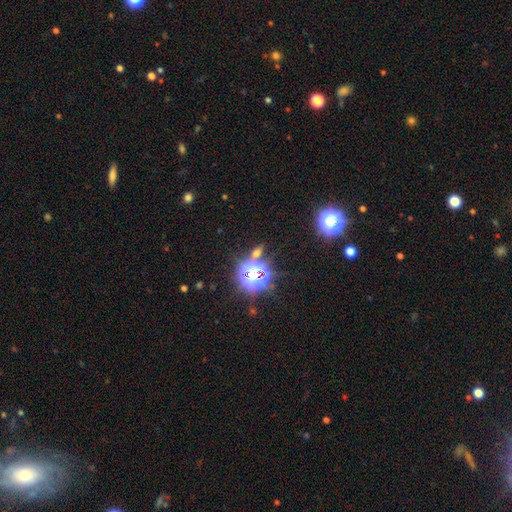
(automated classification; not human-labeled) Smooth or featured?
  - star or artifact: 74% *
  - smooth: 17%
  - featured or disk: 9%